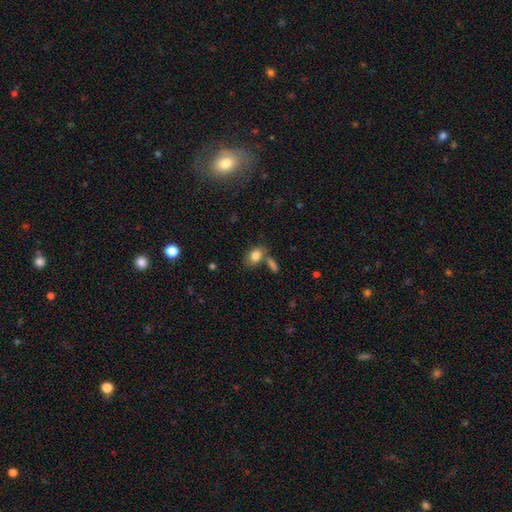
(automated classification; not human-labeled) Smooth or featured: smooth — 82% (featured or disk — 9%)
How rounded: in between — 81% (round — 17%)
Merging: none — 58% (merger — 22%)